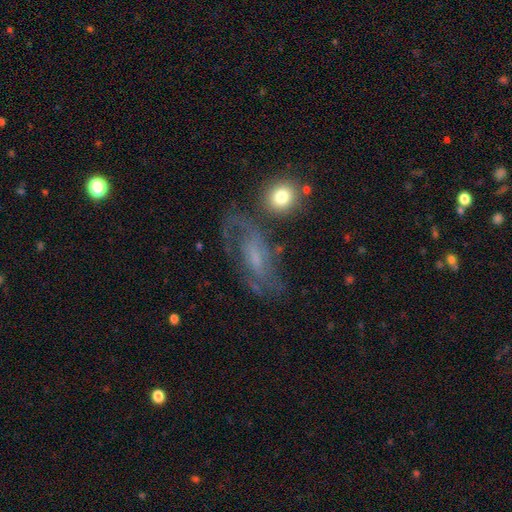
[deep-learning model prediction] A featured or disk galaxy (70%) with no bar (46%), 2 (50%) medium (45%) spiral arms (82%) and a small central bulge (46%).

Vote fractions:
- Smooth or featured? featured or disk: 70% / smooth: 20% / star or artifact: 10%
- Edge-on disk? no: 92% / yes: 8%
- Bar? no: 46% / weak: 42% / strong: 12%
- Spiral arms? yes: 82% / no: 18%
- Spiral winding? medium: 45% / tight: 32% / loose: 23%
- Spiral arm count? 2: 50% / can't tell: 31% / 1: 8% / 3: 6% / 4: 3% / more than 4: 2%
- Bulge size? small: 46% / moderate: 25% / none: 22% / large: 5% / dominant: 2%
- Merging? none: 53% / minor disturbance: 21% / major disturbance: 21% / merger: 5%